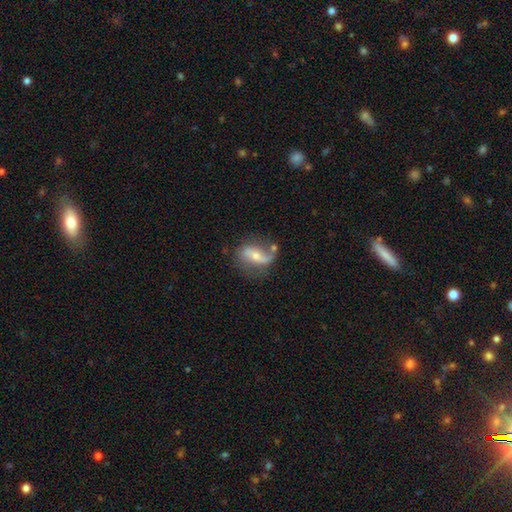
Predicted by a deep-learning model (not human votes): Morphology: type=featured or disk (69%); edge-on=no (94%); bar=no (41%); spiral arms=yes (86%); winding=loose (71%); arm count=2 (68%); bulge=moderate (53%); merging=none (52%).